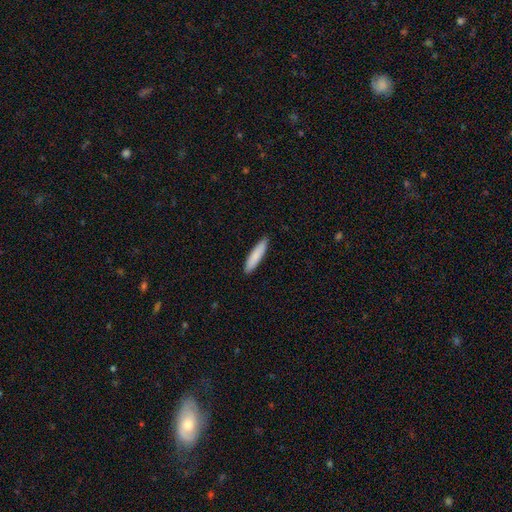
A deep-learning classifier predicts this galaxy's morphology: A smooth galaxy with no disk features (85%) that is cigar-shaped (83%).

Vote fractions:
- Smooth or featured? smooth: 85% / featured or disk: 10% / star or artifact: 5%
- How rounded? cigar-shaped: 83% / in between: 16% / round: 1%
- Merging? none: 89% / minor disturbance: 8% / major disturbance: 1% / merger: 1%